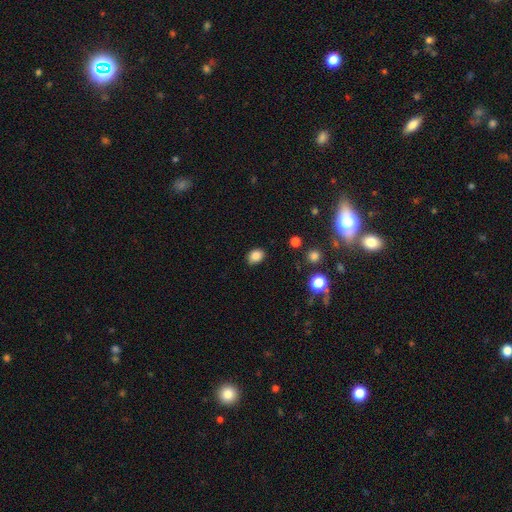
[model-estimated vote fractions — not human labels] Smooth or featured? Predicted: smooth (p=0.84). How rounded? Predicted: in between (p=0.67). Merging? Predicted: none (p=0.84).